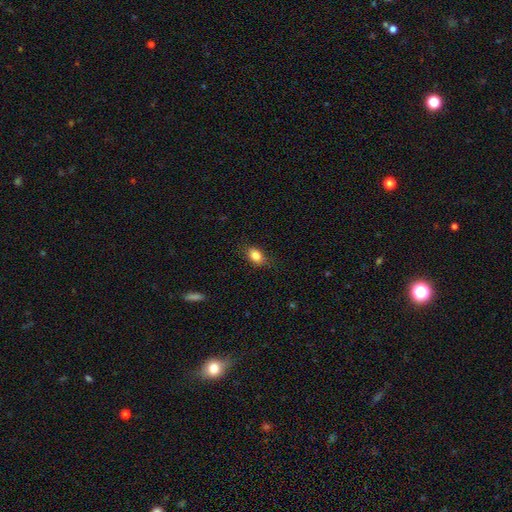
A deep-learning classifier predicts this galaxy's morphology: smooth-or-featured: smooth: 84% | star or artifact: 9% | featured or disk: 7%
  how-rounded: in between: 77% | round: 20% | cigar-shaped: 2%
  merging: none: 82% | minor disturbance: 14% | major disturbance: 3% | merger: 1%